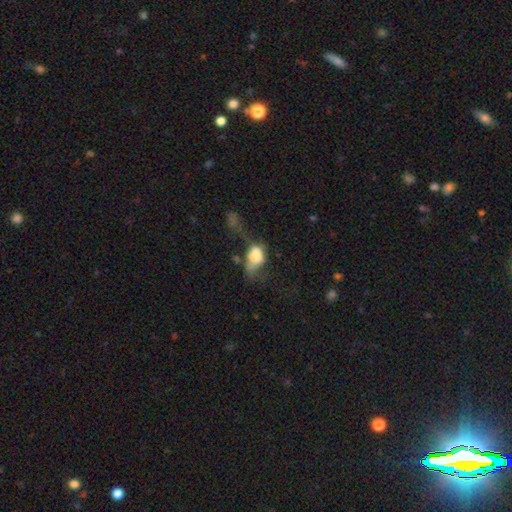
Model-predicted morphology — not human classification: This is likely a smooth galaxy (61%). How rounded: likely in between (77%). Merging: possibly major disturbance (48%).